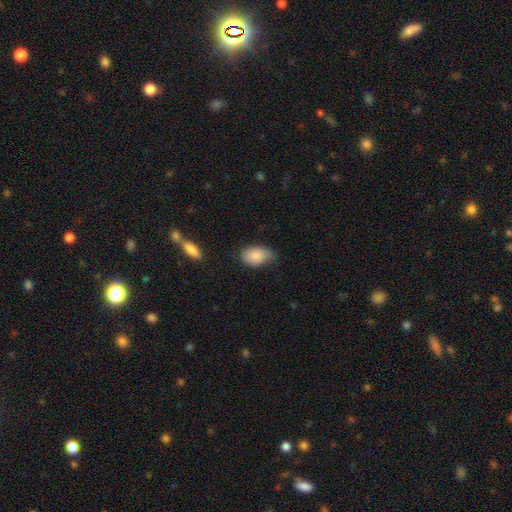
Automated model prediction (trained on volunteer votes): This appears to be a smooth galaxy with no disk features (85%) that is in between round and cigar-shaped (87%). Merging: none (55%).